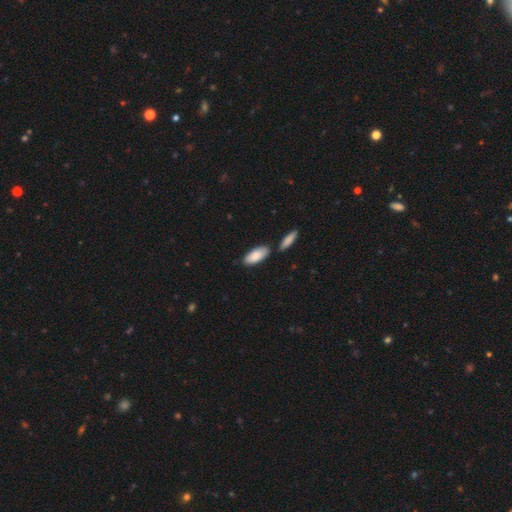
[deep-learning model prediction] Smooth or featured? smooth (85%)
How rounded? in between (87%)
Merging? none (69%)